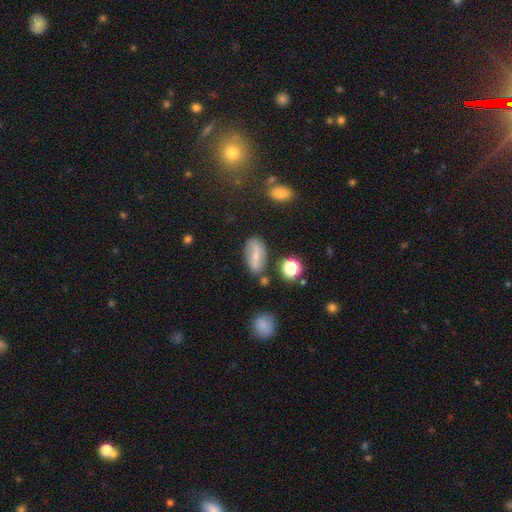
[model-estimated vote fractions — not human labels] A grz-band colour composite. It shows a smooth galaxy with no disk features (59%) that is in between round and cigar-shaped (81%). Merging: none (72%).